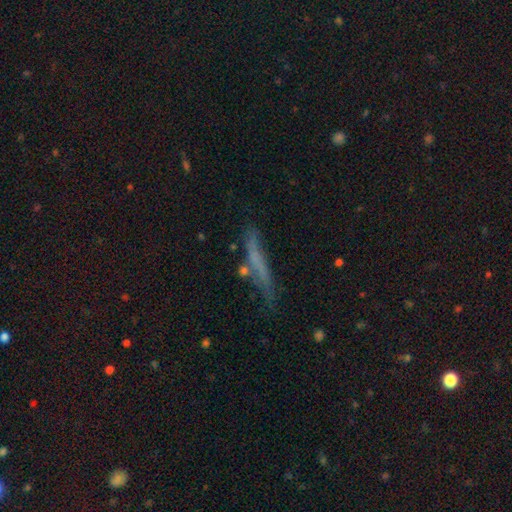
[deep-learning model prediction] A smooth galaxy with no disk features (46%). Merging: none (59%).